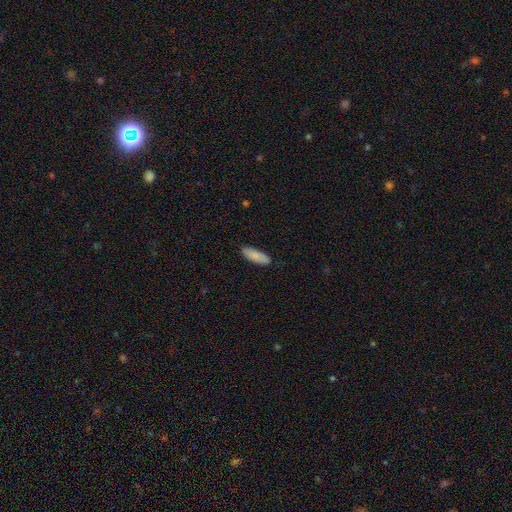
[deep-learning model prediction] Overall: smooth (86%). How rounded: in between (62%; cigar-shaped 37%). Merging: none (88%).